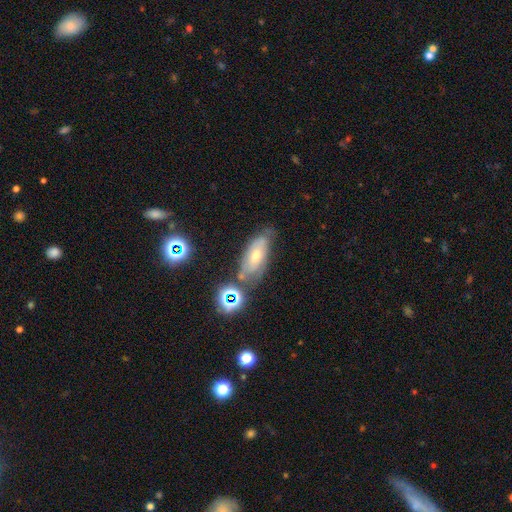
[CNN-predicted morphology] Q: Smooth or featured?
A: featured or disk (43%); runner-up: smooth (38%)
Q: Merging?
A: none (58%); runner-up: minor disturbance (25%)